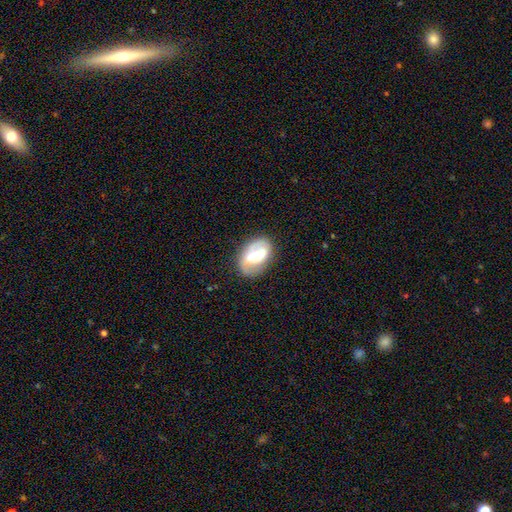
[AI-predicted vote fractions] Smooth or featured: featured or disk — 59% (smooth — 34%)
Edge-on disk: no — 96% (yes — 4%)
Bar: weak — 40% (strong — 36%)
Spiral arms: yes — 68% (no — 32%)
Bulge size: moderate — 39% (small — 28%)
Merging: none — 67% (minor disturbance — 21%)